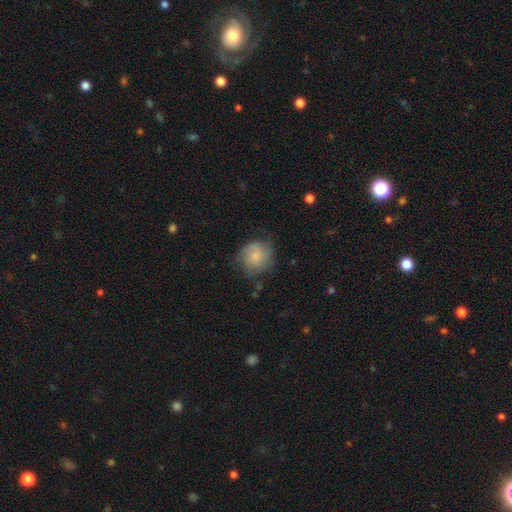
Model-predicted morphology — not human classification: Overall: smooth (53%; featured or disk 39%). How rounded: round (82%). Merging: none (64%).